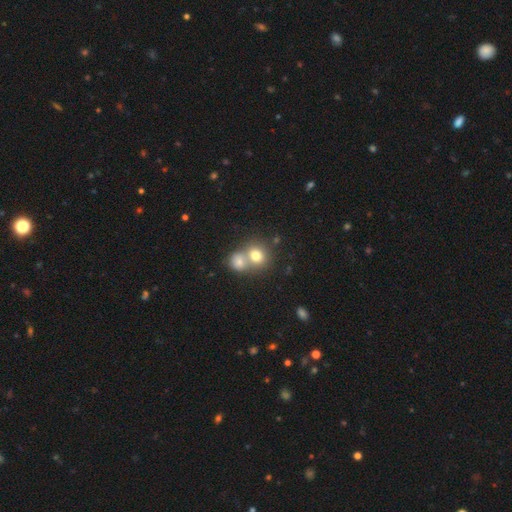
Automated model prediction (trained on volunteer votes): Smooth or featured?
  - smooth: 75% *
  - featured or disk: 13%
  - star or artifact: 12%
How rounded?
  - round: 75% *
  - in between: 24%
  - cigar-shaped: 1%
Merging?
  - merger: 53% *
  - none: 38%
  - minor disturbance: 7%
  - major disturbance: 3%